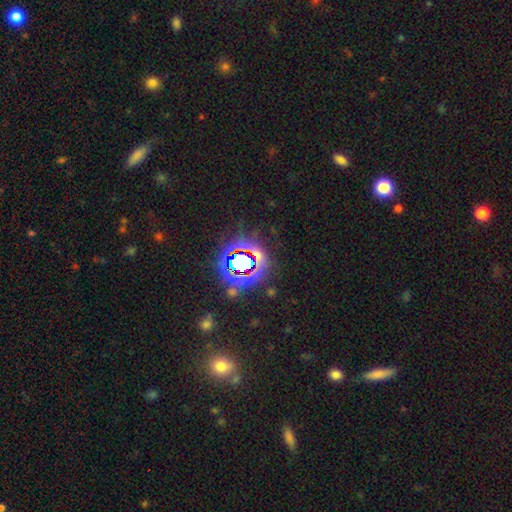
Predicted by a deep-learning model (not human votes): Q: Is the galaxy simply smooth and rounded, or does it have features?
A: star or artifact — 70%.